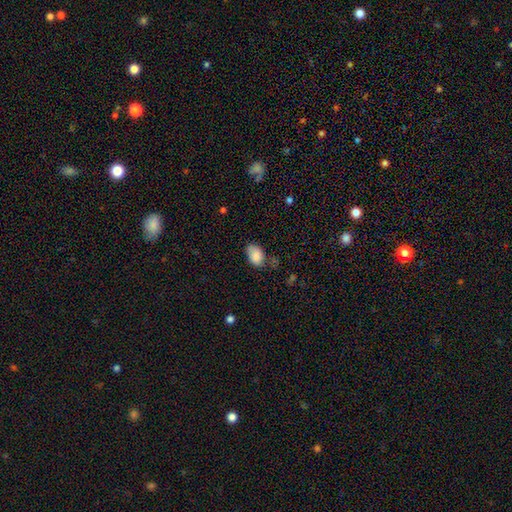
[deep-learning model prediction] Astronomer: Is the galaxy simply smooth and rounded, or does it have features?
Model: smooth — 86%.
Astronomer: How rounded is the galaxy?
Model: in between — 88%.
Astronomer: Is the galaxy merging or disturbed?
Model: none — 62%.